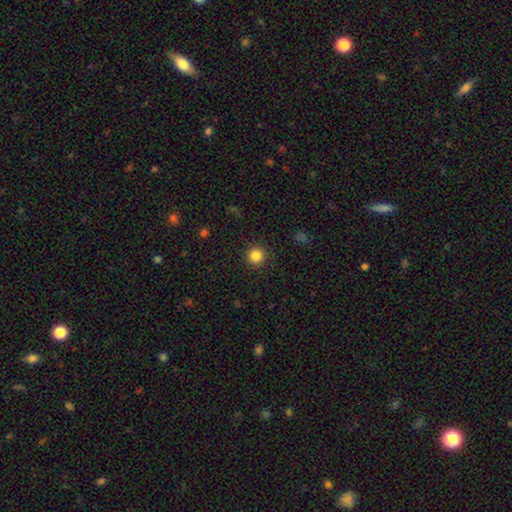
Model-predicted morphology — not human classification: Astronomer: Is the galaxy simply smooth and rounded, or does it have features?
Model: smooth — 85%.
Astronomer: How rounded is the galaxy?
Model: round — 95%.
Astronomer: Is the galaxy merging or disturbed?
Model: none — 91%.